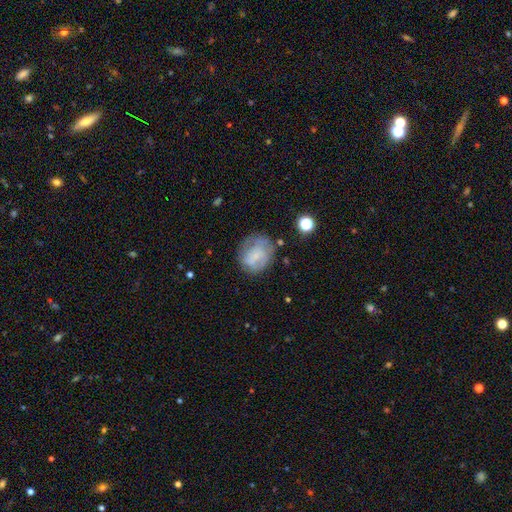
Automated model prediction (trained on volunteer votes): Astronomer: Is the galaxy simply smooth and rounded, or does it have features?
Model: smooth — 46% (runner-up: featured or disk, 44%).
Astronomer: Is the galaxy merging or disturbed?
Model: none — 58%.